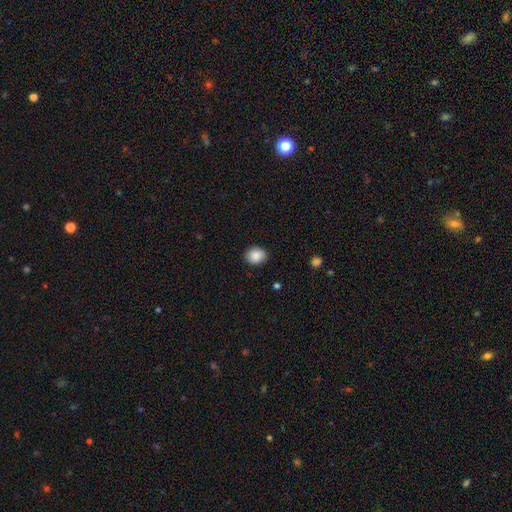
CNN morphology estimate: Smooth or featured? smooth (88%)
How rounded? round (61%)
Merging? none (87%)